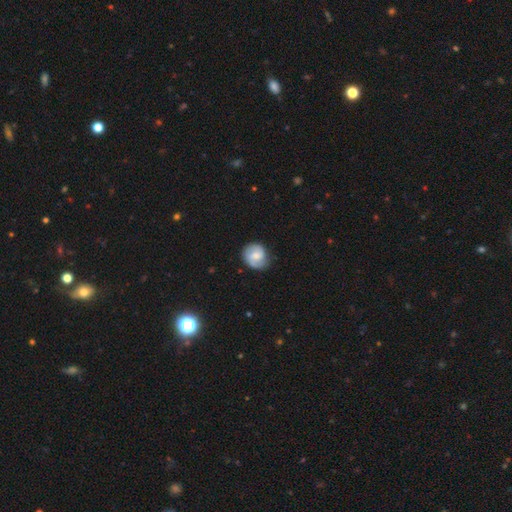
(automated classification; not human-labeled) Overall: featured or disk (57%; smooth 37%). Edge-on disk: no (98%). Bar: weak (49%; no 42%). Spiral arms: yes (90%). Spiral arm count: 2 (77%). Spiral winding: medium (42%; tight 41%). Bulge size: moderate (48%; small 40%). Merging: none (77%).